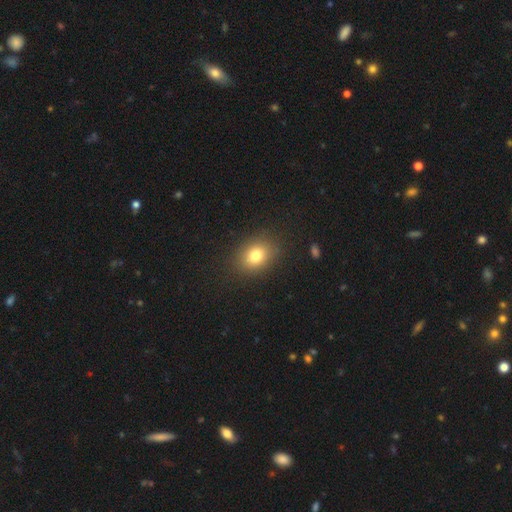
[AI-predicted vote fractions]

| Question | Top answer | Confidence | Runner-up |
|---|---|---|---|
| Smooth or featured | smooth | 79% | star or artifact (11%) |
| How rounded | in between | 63% | round (36%) |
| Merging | none | 86% | minor disturbance (9%) |